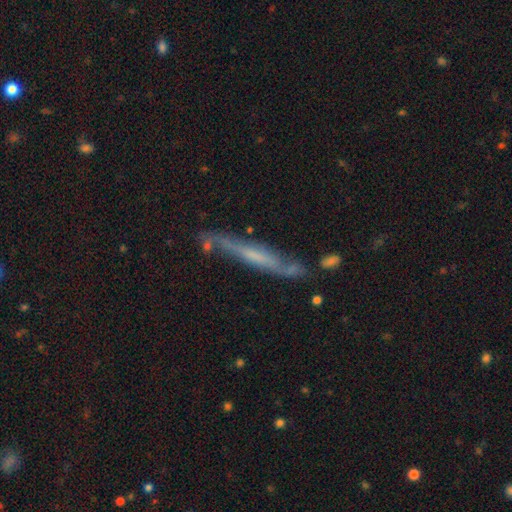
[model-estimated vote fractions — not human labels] A featured or disk galaxy (65%) viewed edge-on (80%) with no central bulge (61%). Merging: none (67%).